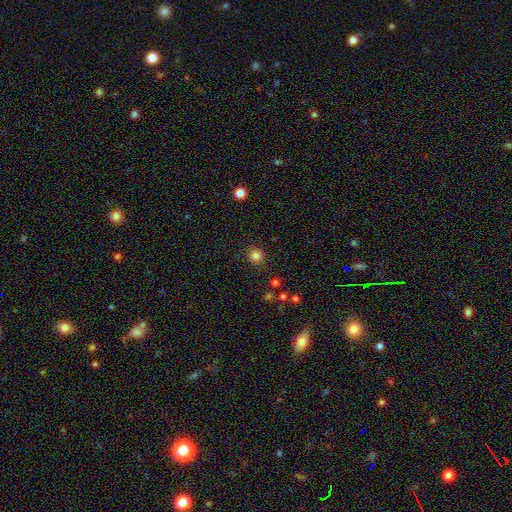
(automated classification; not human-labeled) smooth-or-featured: smooth: 83% | star or artifact: 13% | featured or disk: 4%
  how-rounded: round: 88% | in between: 11% | cigar-shaped: 1%
  merging: none: 88% | minor disturbance: 8% | major disturbance: 3% | merger: 2%